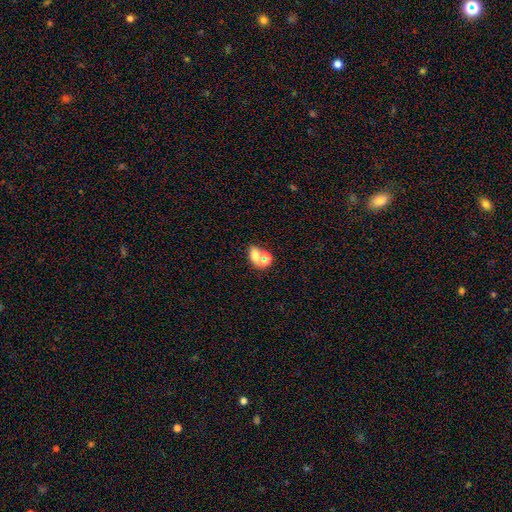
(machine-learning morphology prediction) This is possibly a smooth galaxy (59%). How rounded: likely in between (64%). Merging: possibly none (46%).